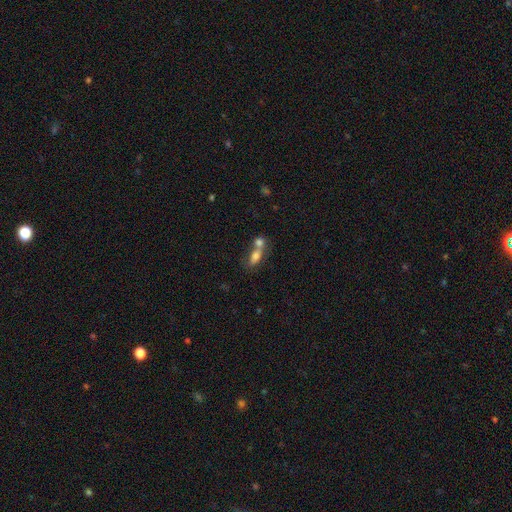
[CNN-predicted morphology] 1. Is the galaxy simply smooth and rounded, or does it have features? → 74% smooth, 16% featured or disk, 10% star or artifact.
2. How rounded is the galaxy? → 78% in between, 13% round, 9% cigar-shaped.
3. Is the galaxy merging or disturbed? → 63% merger, 24% none, 8% minor disturbance, 5% major disturbance.